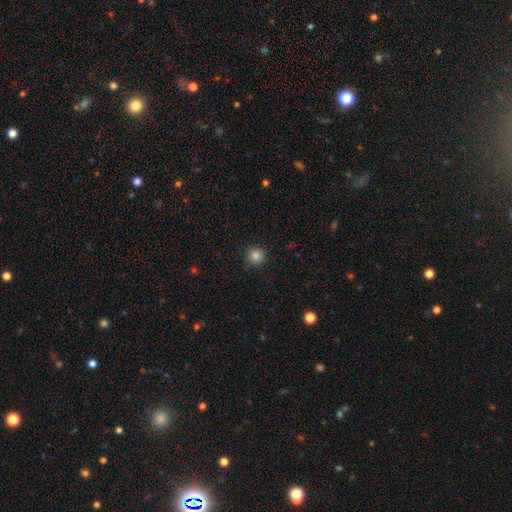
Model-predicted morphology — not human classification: smooth_or_featured: smooth (p=0.85) [alt: star or artifact p=0.11]
how_rounded: round (p=0.95) [alt: in between p=0.04]
merging: none (p=0.92) [alt: minor disturbance p=0.05]